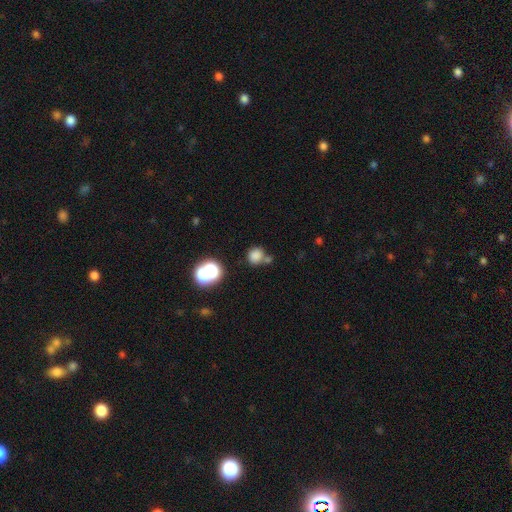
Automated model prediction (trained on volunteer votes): Q: Smooth or featured?
A: smooth (77%); runner-up: star or artifact (15%)
Q: How rounded?
A: round (83%); runner-up: in between (16%)
Q: Merging?
A: none (59%); runner-up: merger (23%)